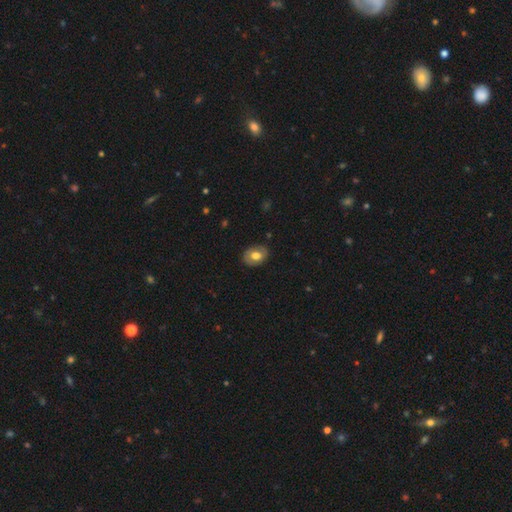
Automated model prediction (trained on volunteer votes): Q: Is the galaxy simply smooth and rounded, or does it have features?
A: smooth — 58%.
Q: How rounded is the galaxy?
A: in between — 66%.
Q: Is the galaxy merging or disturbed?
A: none — 82%.